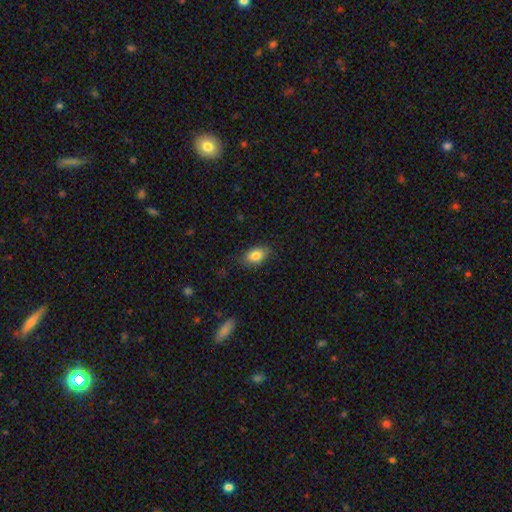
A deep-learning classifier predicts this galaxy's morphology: smooth-or-featured: smooth: 83% | featured or disk: 10% | star or artifact: 8%
  how-rounded: in between: 86% | round: 12% | cigar-shaped: 2%
  merging: none: 82% | minor disturbance: 15% | major disturbance: 3% | merger: 1%